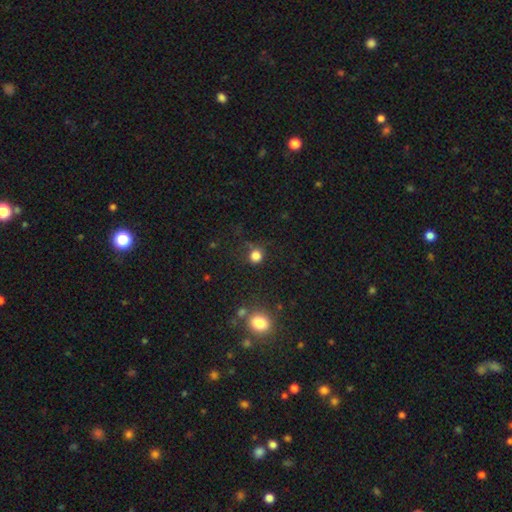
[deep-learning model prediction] smooth_or_featured: smooth (p=0.81) [alt: star or artifact p=0.14]
how_rounded: round (p=0.89) [alt: in between p=0.10]
merging: none (p=0.69) [alt: minor disturbance p=0.16]